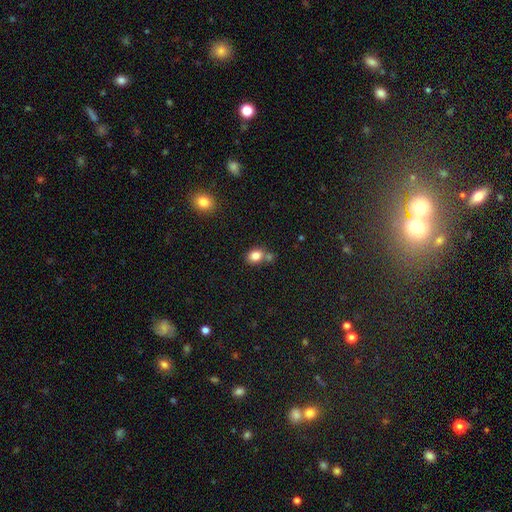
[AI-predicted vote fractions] Smooth or featured? Predicted: smooth (p=0.82). How rounded? Predicted: in between (p=0.55). Merging? Predicted: none (p=0.57).